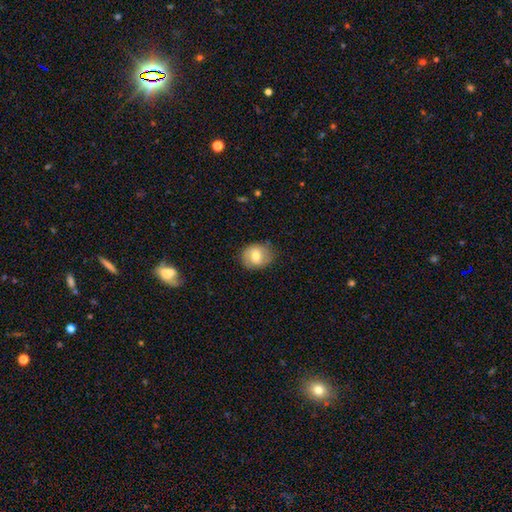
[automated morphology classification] type=smooth (59%); roundness=round (59%); merging=none (75%).